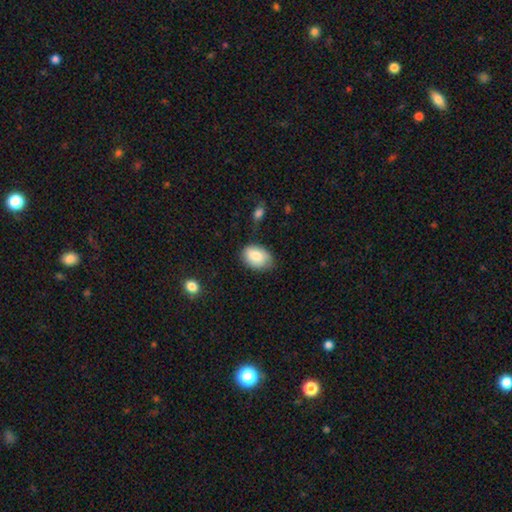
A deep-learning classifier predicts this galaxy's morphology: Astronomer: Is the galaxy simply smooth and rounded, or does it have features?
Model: smooth — 79%.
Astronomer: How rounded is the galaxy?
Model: in between — 83%.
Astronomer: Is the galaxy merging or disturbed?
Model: none — 69%.